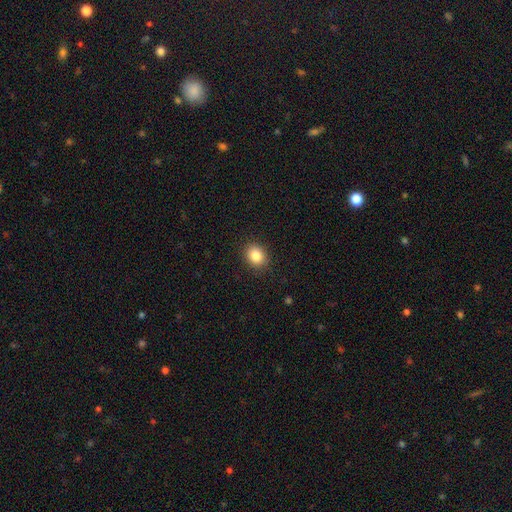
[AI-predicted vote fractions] Q: Smooth or featured?
A: smooth (85%); runner-up: star or artifact (10%)
Q: How rounded?
A: round (59%); runner-up: in between (40%)
Q: Merging?
A: none (90%); runner-up: minor disturbance (7%)